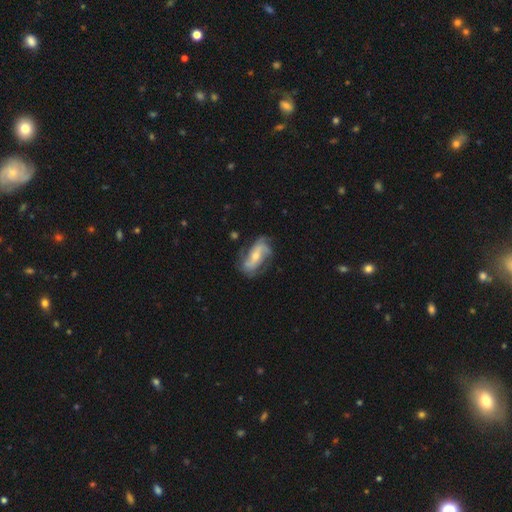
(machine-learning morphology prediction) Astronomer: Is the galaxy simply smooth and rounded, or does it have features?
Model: featured or disk — 79%.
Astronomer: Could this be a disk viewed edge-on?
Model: no — 95%.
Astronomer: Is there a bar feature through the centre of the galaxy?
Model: no — 42% (runner-up: weak, 33%).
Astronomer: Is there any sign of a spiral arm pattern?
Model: yes — 93%.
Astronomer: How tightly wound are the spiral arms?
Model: medium — 40% (runner-up: loose, 38%).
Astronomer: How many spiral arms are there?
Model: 2 — 49%.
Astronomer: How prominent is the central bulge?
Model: small — 48% (runner-up: moderate, 47%).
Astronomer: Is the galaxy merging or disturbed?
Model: none — 66%.